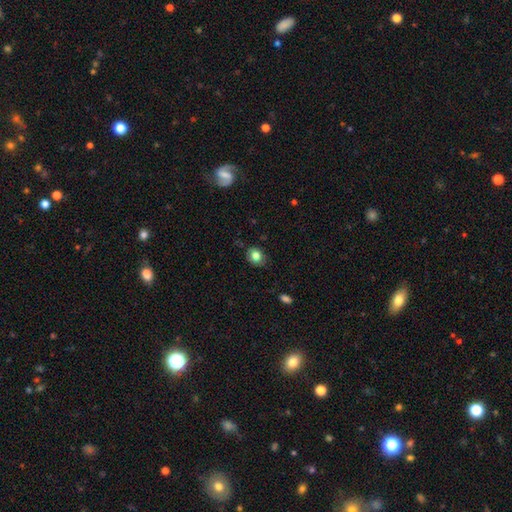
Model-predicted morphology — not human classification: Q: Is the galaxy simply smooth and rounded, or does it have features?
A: smooth — 81%.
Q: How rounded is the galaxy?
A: round — 51%.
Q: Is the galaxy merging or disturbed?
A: none — 80%.